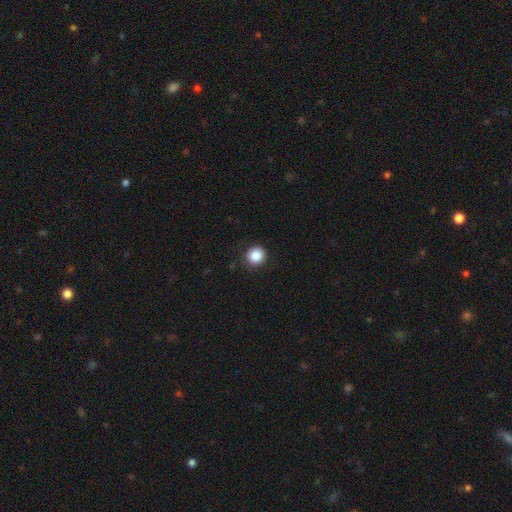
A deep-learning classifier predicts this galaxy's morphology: type=smooth (87%); roundness=round (91%); merging=none (89%).